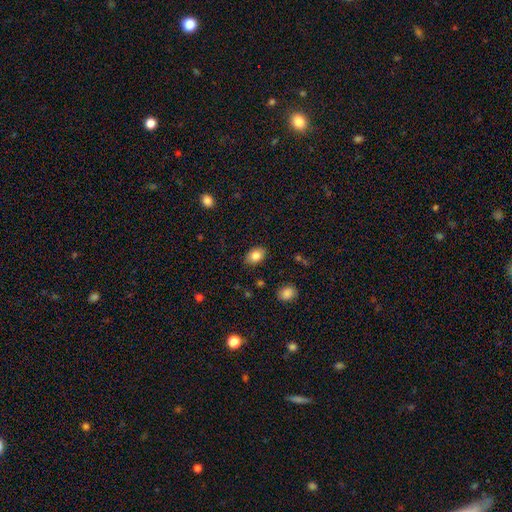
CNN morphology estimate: A smooth galaxy with no disk features (83%) that is in between round and cigar-shaped (83%).

Vote fractions:
- Smooth or featured? smooth: 83% / star or artifact: 8% / featured or disk: 8%
- How rounded? in between: 83% / round: 16% / cigar-shaped: 1%
- Merging? none: 86% / minor disturbance: 10% / major disturbance: 2% / merger: 1%